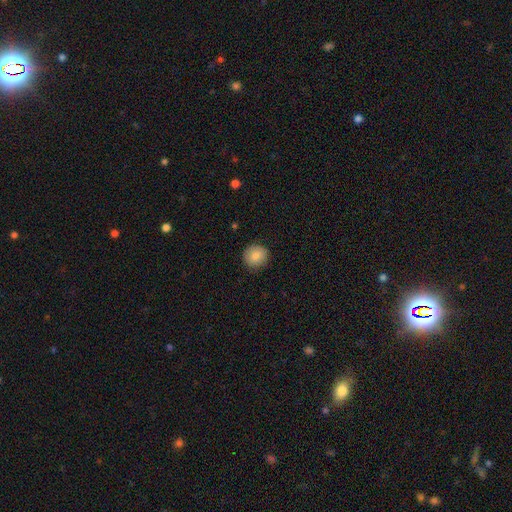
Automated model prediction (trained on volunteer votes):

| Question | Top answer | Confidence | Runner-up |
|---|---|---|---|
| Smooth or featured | smooth | 84% | star or artifact (8%) |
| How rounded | round | 90% | in between (9%) |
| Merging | none | 89% | minor disturbance (8%) |